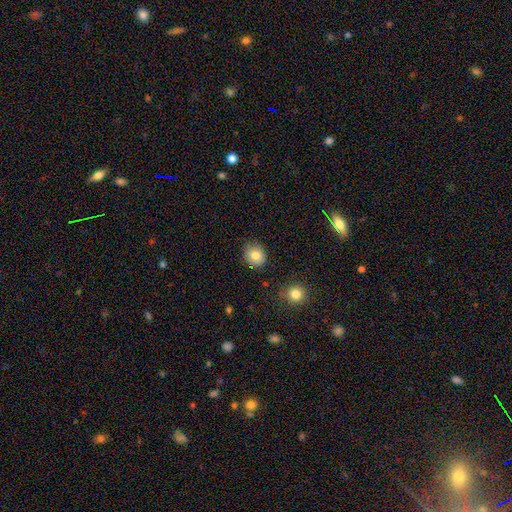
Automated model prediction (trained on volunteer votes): smooth-or-featured: smooth: 82% | star or artifact: 10% | featured or disk: 8%
  how-rounded: round: 73% | in between: 26% | cigar-shaped: 1%
  merging: none: 84% | minor disturbance: 11% | major disturbance: 2% | merger: 2%